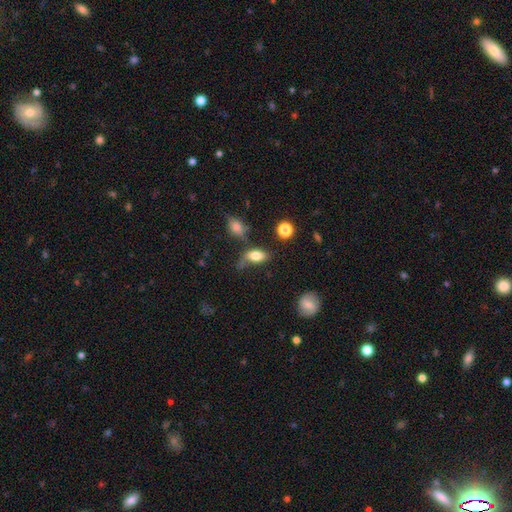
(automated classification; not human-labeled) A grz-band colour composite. It shows a smooth galaxy with no disk features (73%) that is in between round and cigar-shaped (86%). Merging: none (36%).